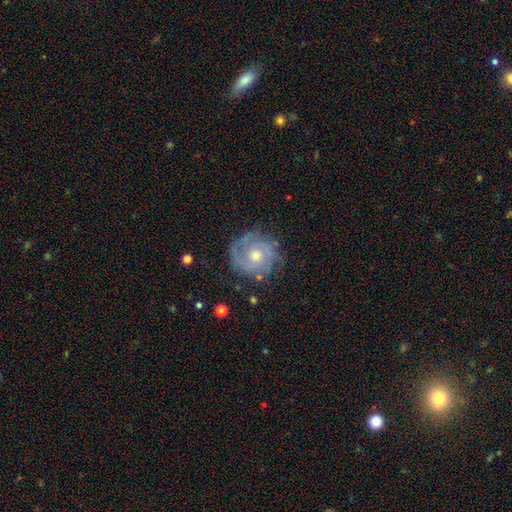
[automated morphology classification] This is clearly a featured or disk galaxy (83%). It is clearly not viewed edge-on (98%). Bar: likely no (75%). Spiral arm pattern: clearly yes (95%). Spiral arm count: marginally 2 (45%). Spiral winding: likely tight (67%). Central bulge: likely moderate (62%). Merging: likely none (79%).